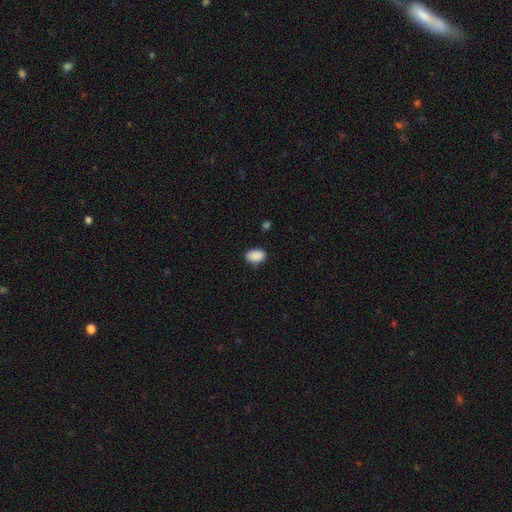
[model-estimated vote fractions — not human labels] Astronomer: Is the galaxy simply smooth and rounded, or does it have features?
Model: smooth — 90%.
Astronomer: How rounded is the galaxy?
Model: in between — 86%.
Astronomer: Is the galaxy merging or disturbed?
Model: none — 86%.